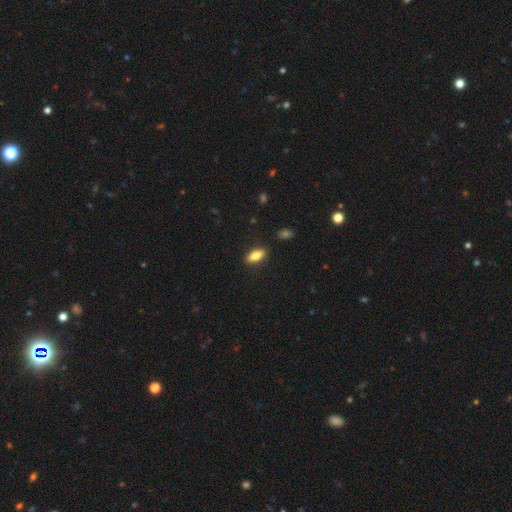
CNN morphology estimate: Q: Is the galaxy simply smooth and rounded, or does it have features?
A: smooth — 77%.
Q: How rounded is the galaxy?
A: in between — 79%.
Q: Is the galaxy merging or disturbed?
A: none — 88%.